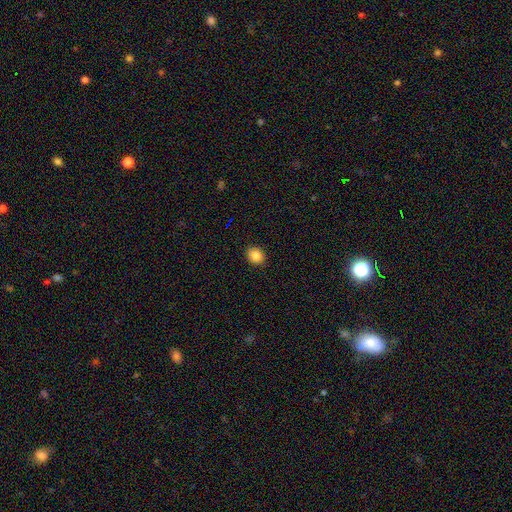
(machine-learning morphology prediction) Q: Smooth or featured?
A: smooth (84%); runner-up: star or artifact (10%)
Q: How rounded?
A: round (61%); runner-up: in between (38%)
Q: Merging?
A: none (91%); runner-up: minor disturbance (6%)